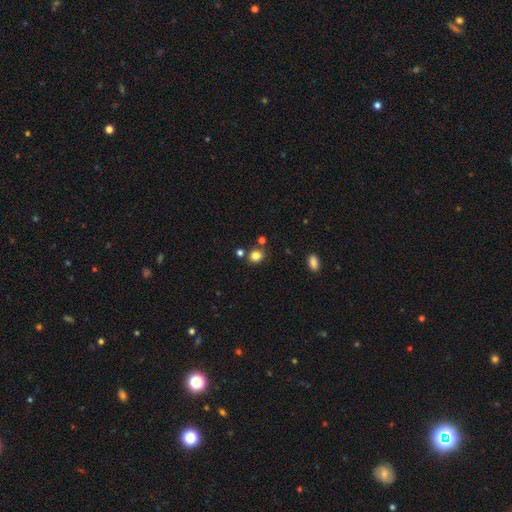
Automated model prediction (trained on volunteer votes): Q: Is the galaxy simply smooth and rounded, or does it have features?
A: smooth — 82%.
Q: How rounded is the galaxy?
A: round — 75%.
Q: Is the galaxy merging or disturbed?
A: none — 76%.